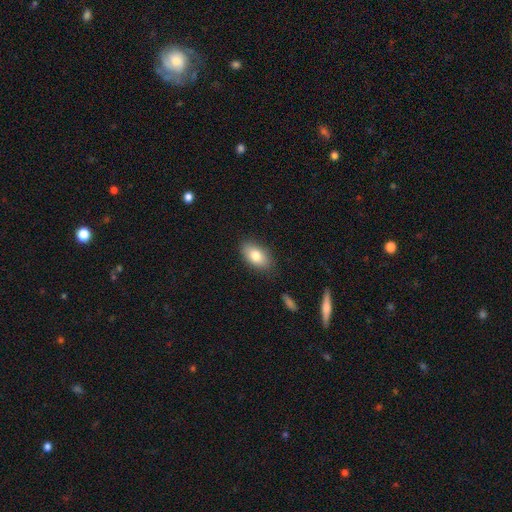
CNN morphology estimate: smooth 80%, featured or disk 12%, star or artifact 7%. Down the decision tree: how rounded — in between (91%); merging — none (83%).